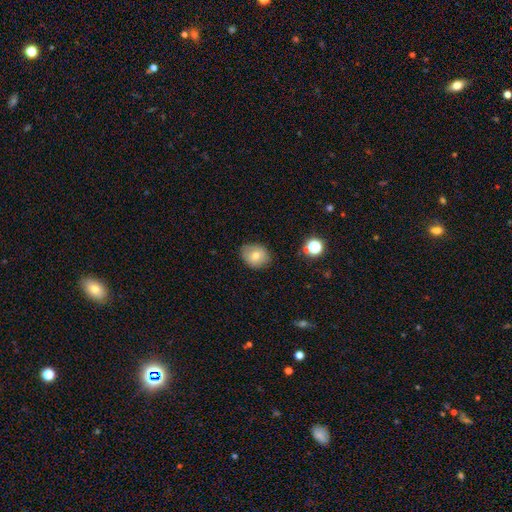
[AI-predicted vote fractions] Morphology: type=smooth (71%); roundness=round (61%); merging=none (73%).